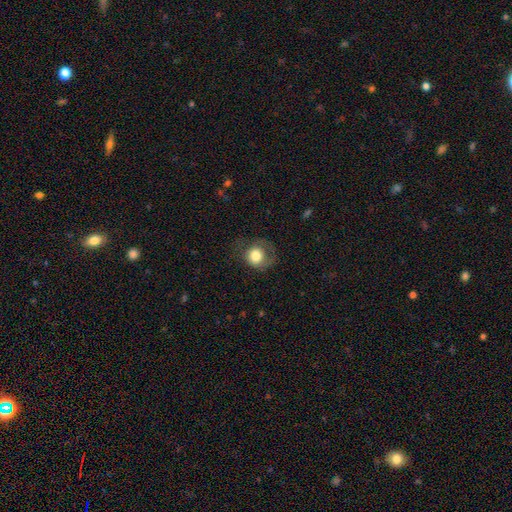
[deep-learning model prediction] A smooth galaxy with no disk features (76%) that is round (77%). Merging: none (50%).